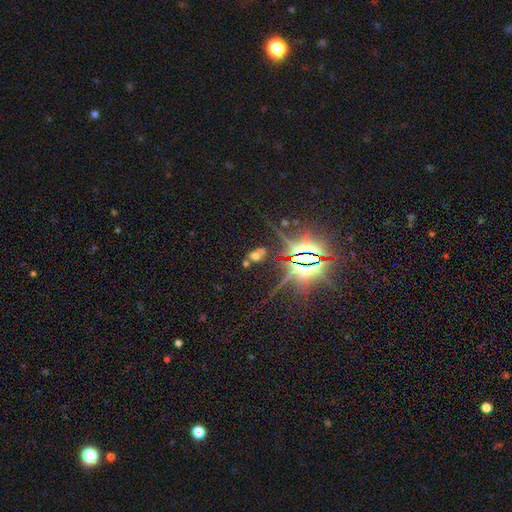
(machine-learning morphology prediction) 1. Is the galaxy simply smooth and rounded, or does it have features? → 51% star or artifact, 35% smooth, 15% featured or disk.